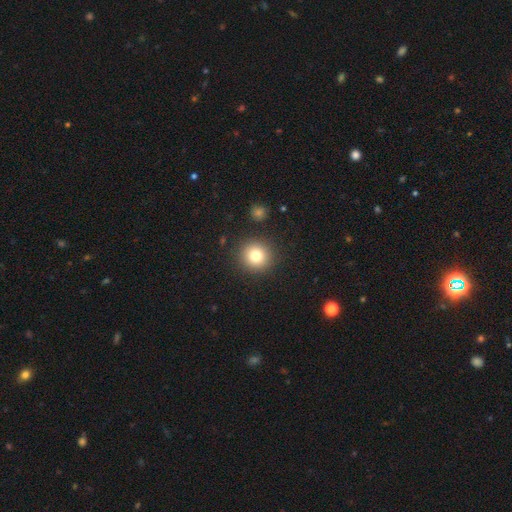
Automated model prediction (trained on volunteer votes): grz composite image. It shows a smooth galaxy with no disk features (79%) that is round (94%). Merging: none (90%).